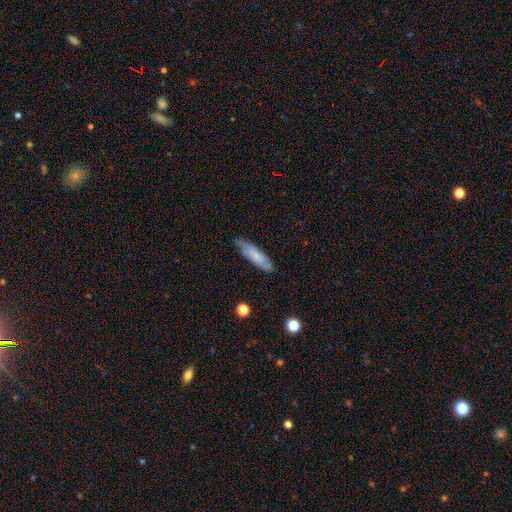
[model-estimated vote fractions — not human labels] smooth 62%, featured or disk 32%, star or artifact 7%. Down the decision tree: how rounded — cigar-shaped (64%); merging — none (76%).